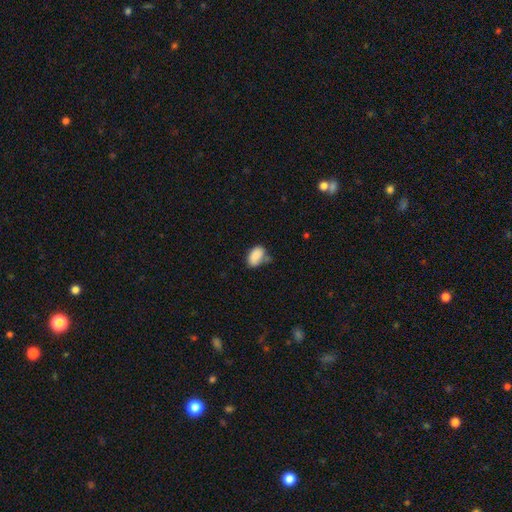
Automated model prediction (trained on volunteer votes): smooth_or_featured: smooth (p=0.85) [alt: star or artifact p=0.08]
how_rounded: in between (p=0.89) [alt: round p=0.10]
merging: none (p=0.47) [alt: minor disturbance p=0.34]